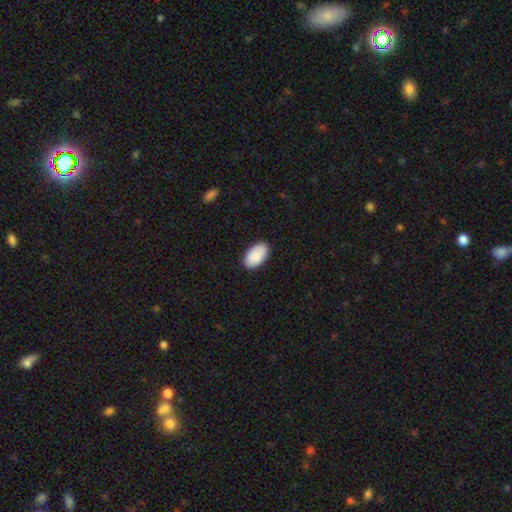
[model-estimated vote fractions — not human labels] smooth-or-featured: smooth: 90% | star or artifact: 6% | featured or disk: 4%
  how-rounded: in between: 96% | round: 3% | cigar-shaped: 1%
  merging: none: 89% | minor disturbance: 9% | major disturbance: 2% | merger: 1%